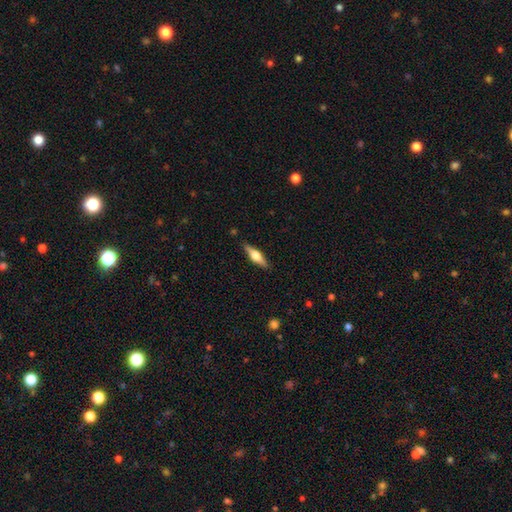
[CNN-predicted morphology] Smooth or featured?
  - featured or disk: 62% *
  - smooth: 32%
  - star or artifact: 6%
Edge-on disk?
  - yes: 96% *
  - no: 4%
Edge-on bulge?
  - rounded: 93% *
  - boxy: 5%
  - none: 2%
Merging?
  - none: 88% *
  - minor disturbance: 9%
  - major disturbance: 2%
  - merger: 1%